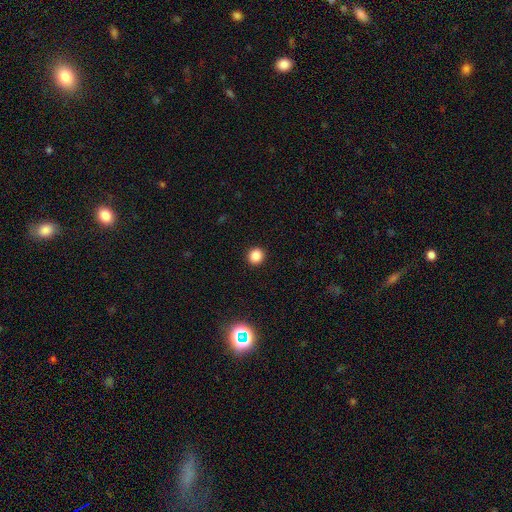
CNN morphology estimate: type=smooth (86%); roundness=round (91%); merging=none (93%).